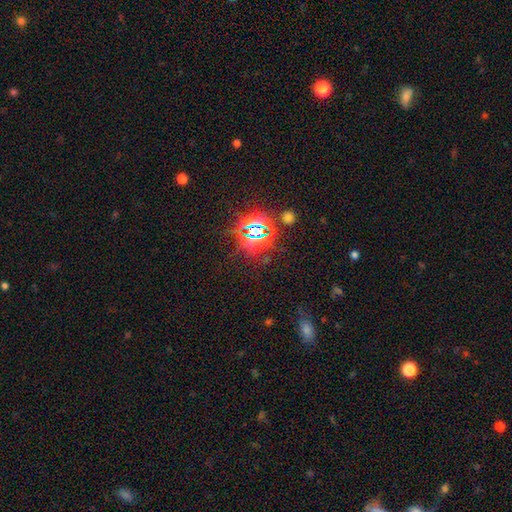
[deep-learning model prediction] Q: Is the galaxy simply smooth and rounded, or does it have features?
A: star or artifact — 76%.